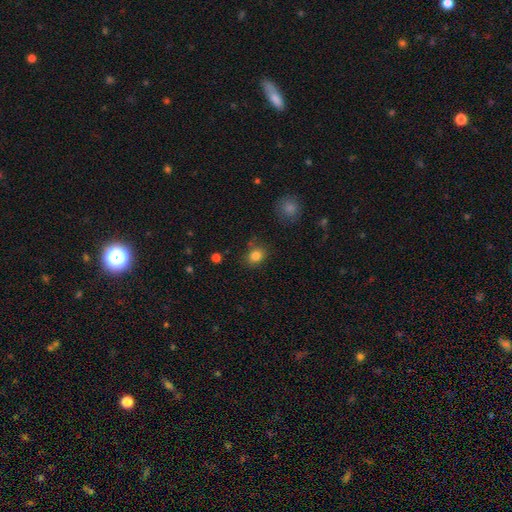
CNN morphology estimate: smooth 83%, star or artifact 11%, featured or disk 5%. Down the decision tree: how rounded — round (59%); merging — none (77%).